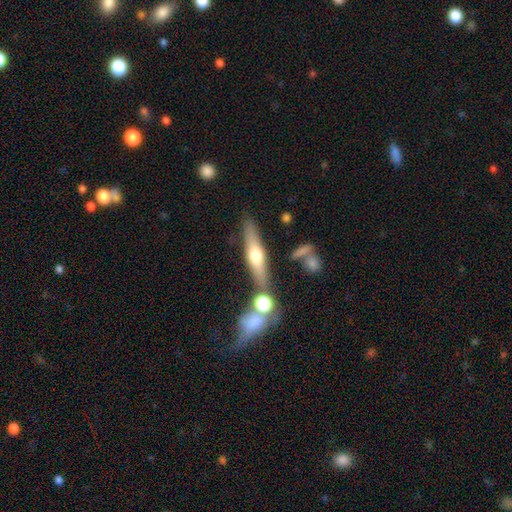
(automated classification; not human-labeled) This is possibly a featured or disk galaxy (52%). It is clearly viewed edge-on (90%). Merging: likely none (78%).